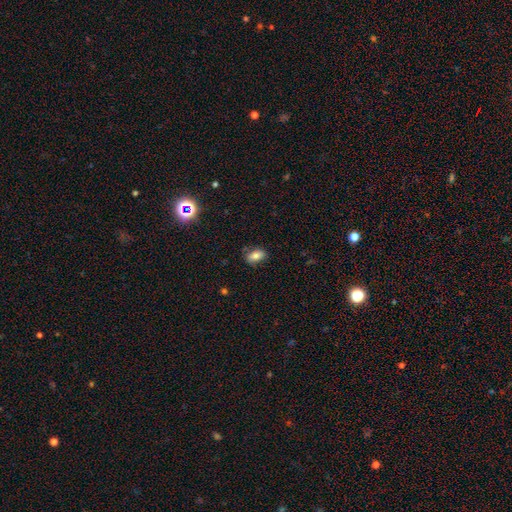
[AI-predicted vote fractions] Morphology: type=smooth (79%); roundness=in between (88%); merging=none (79%).